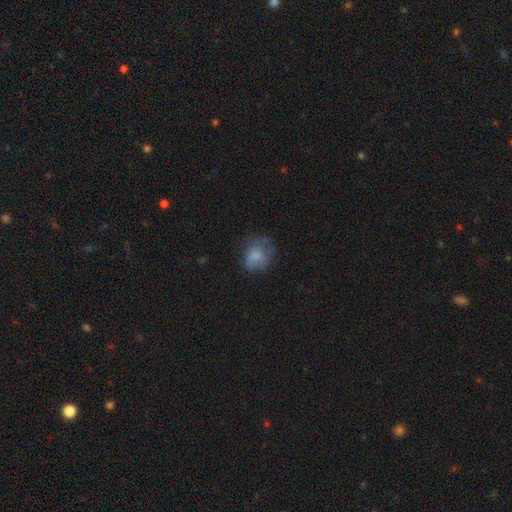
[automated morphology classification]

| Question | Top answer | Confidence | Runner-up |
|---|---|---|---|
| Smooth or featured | smooth | 70% | featured or disk (19%) |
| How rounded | round | 55% | in between (44%) |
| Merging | none | 47% | minor disturbance (29%) |